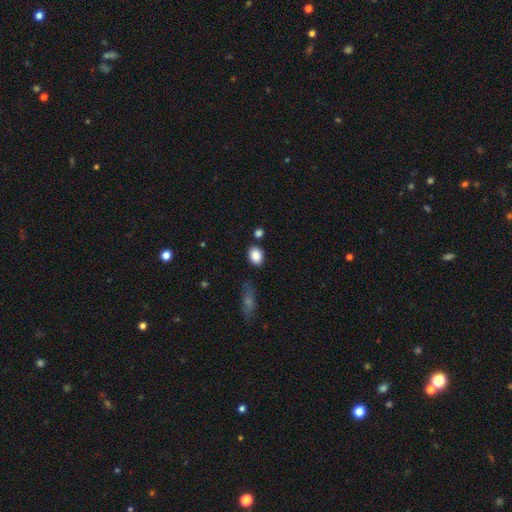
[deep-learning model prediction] Smooth or featured? Predicted: smooth (p=0.86). How rounded? Predicted: in between (p=0.67). Merging? Predicted: none (p=0.79).